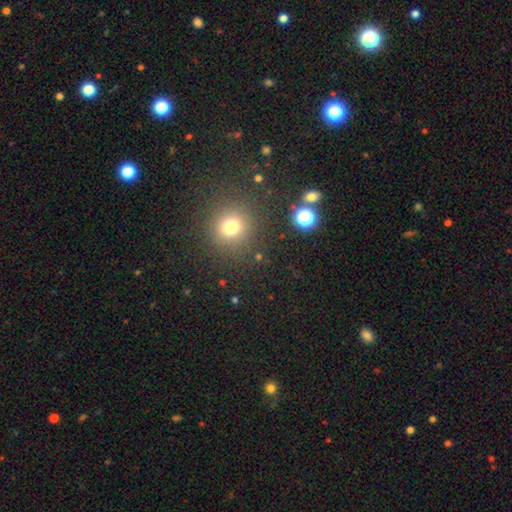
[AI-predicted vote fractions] Morphology: type=smooth (65%); roundness=round (93%); merging=none (88%).